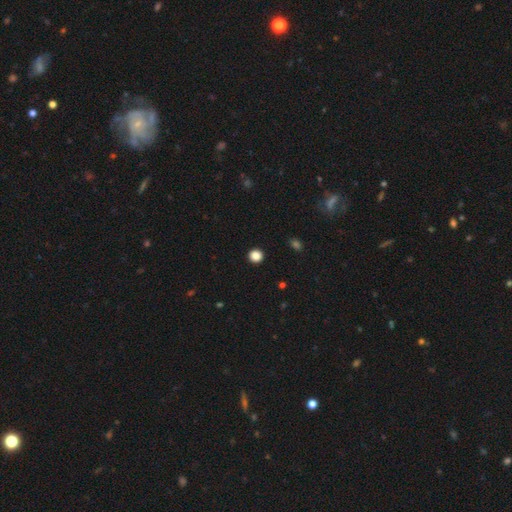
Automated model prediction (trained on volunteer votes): This appears to be a smooth galaxy with no disk features (86%) that is round (94%). Merging: none (94%).